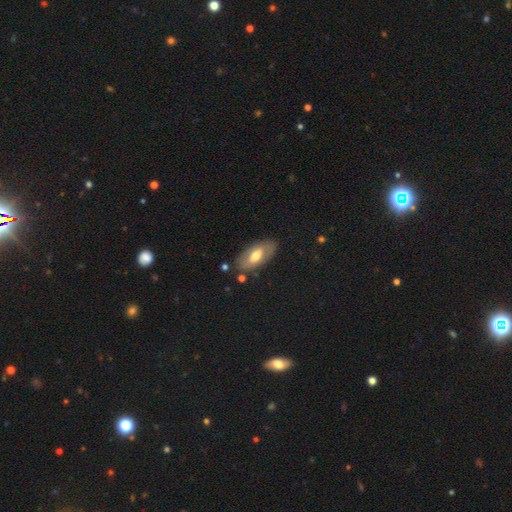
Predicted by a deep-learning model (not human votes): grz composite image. It shows a smooth galaxy with no disk features (48%). Merging: none (79%).